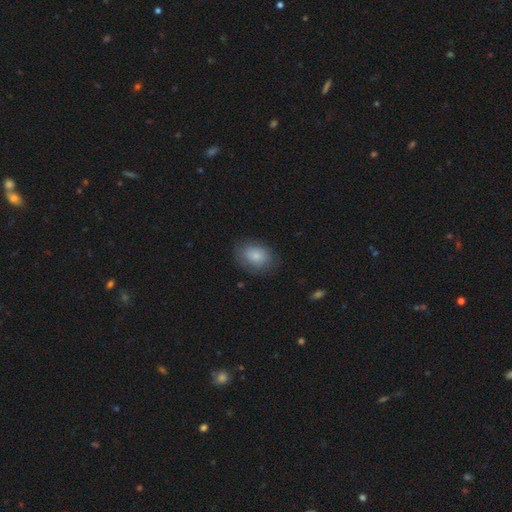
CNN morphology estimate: smooth_or_featured: smooth (p=0.81) [alt: featured or disk p=0.11]
how_rounded: in between (p=0.68) [alt: round p=0.31]
merging: none (p=0.75) [alt: minor disturbance p=0.18]